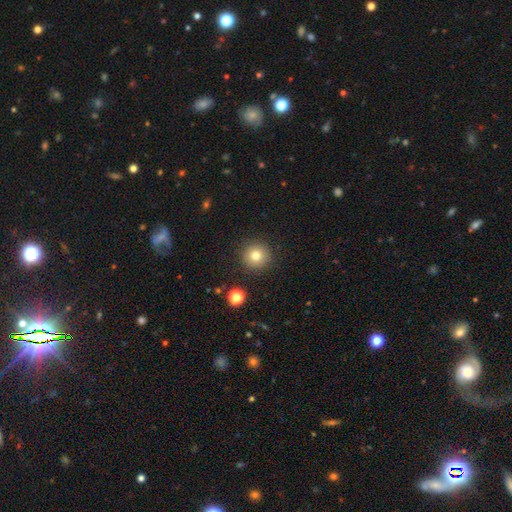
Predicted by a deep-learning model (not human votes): smooth-or-featured: smooth: 78% | star or artifact: 13% | featured or disk: 9%
  how-rounded: round: 95% | in between: 4% | cigar-shaped: 1%
  merging: none: 90% | minor disturbance: 6% | major disturbance: 2% | merger: 2%